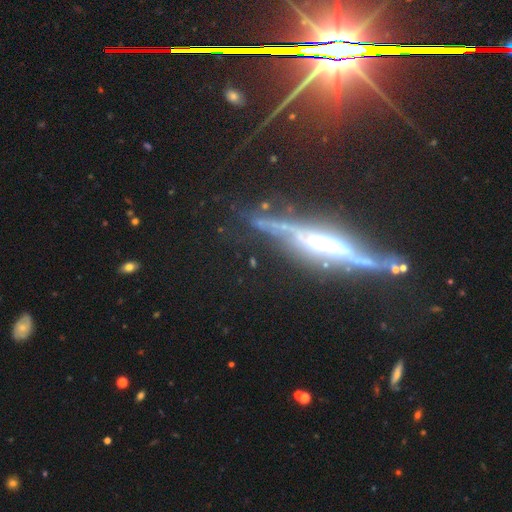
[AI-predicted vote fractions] Morphology: type=featured or disk (75%); edge-on=yes (93%); edge-on bulge=rounded (61%); merging=none (72%).